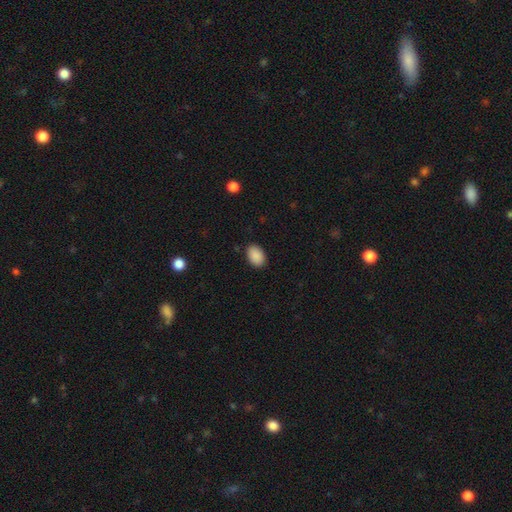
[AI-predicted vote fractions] A smooth galaxy with no disk features (90%) that is in between round and cigar-shaped (86%). Merging: none (88%).